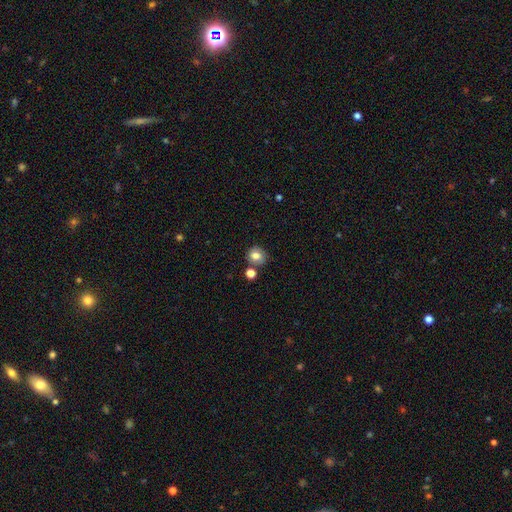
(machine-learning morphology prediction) The model was most divided on "merging": none: 67%, minor disturbance: 15%, merger: 13%, major disturbance: 4%. More confident: how rounded — round (79%); smooth or featured — smooth (76%).